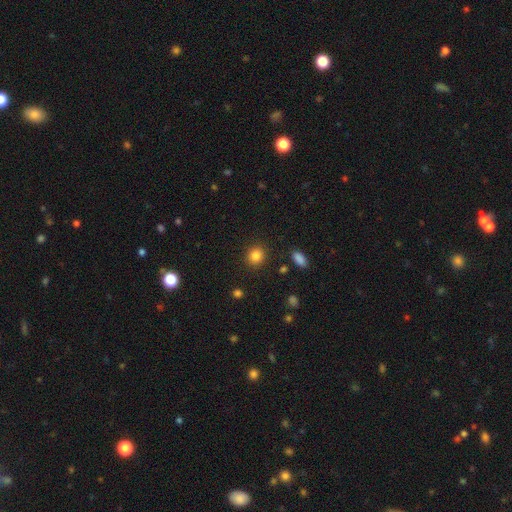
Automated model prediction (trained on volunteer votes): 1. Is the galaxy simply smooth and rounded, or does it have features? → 85% smooth, 10% star or artifact, 4% featured or disk.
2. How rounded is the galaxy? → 83% round, 16% in between, 1% cigar-shaped.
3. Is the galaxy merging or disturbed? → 90% none, 6% minor disturbance, 3% major disturbance, 1% merger.